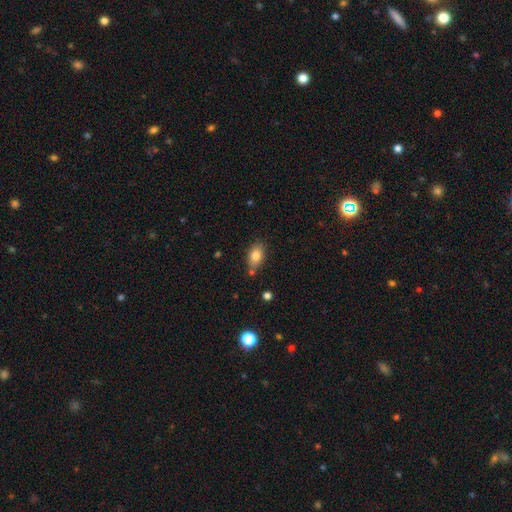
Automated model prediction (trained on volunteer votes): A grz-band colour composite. It shows a smooth galaxy with no disk features (82%) that is in between round and cigar-shaped (88%). Merging: none (74%).